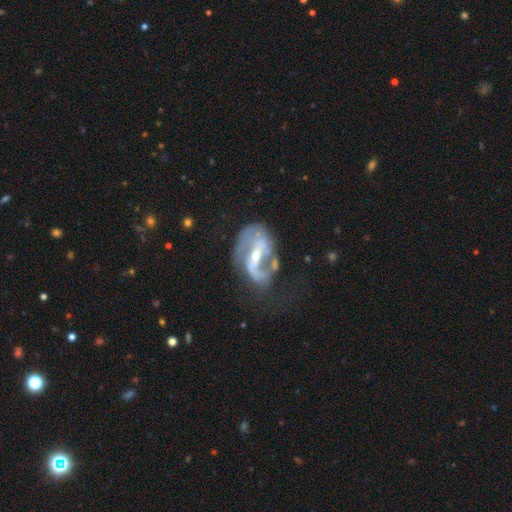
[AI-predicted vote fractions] Smooth or featured? featured or disk (86%)
Edge-on disk? no (96%)
Bar? strong (52%)
Spiral arms? yes (90%)
Spiral winding? medium (44%)
Spiral arm count? 2 (75%)
Bulge size? small (55%)
Merging? none (45%)